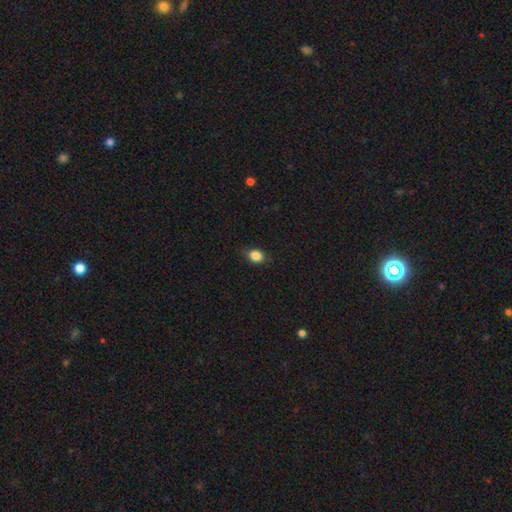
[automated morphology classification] Smooth or featured? Predicted: smooth (p=0.85). How rounded? Predicted: in between (p=0.55). Merging? Predicted: none (p=0.81).